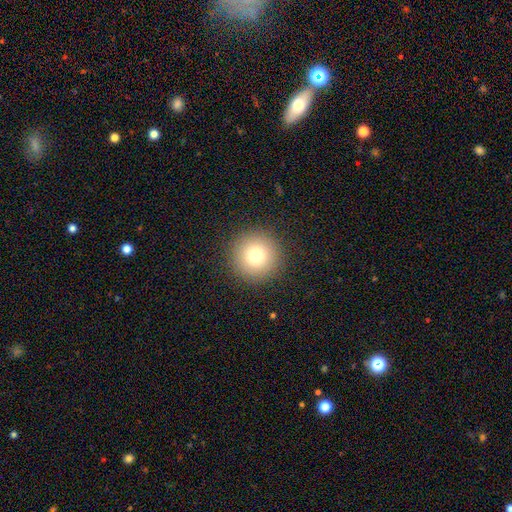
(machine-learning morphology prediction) Smooth or featured? Predicted: smooth (p=0.78). How rounded? Predicted: round (p=0.96). Merging? Predicted: none (p=0.91).